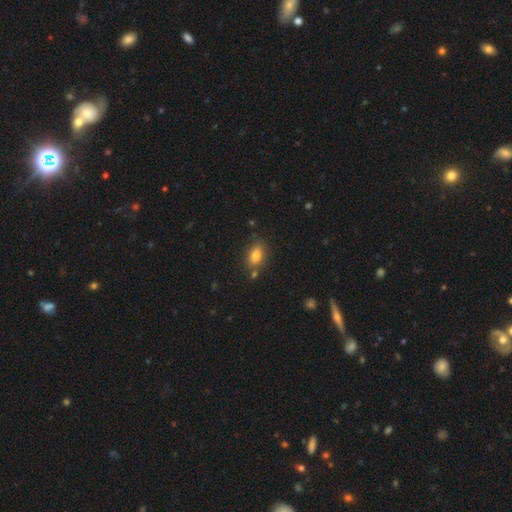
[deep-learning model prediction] Overall: smooth (81%). How rounded: in between (83%). Merging: none (75%).